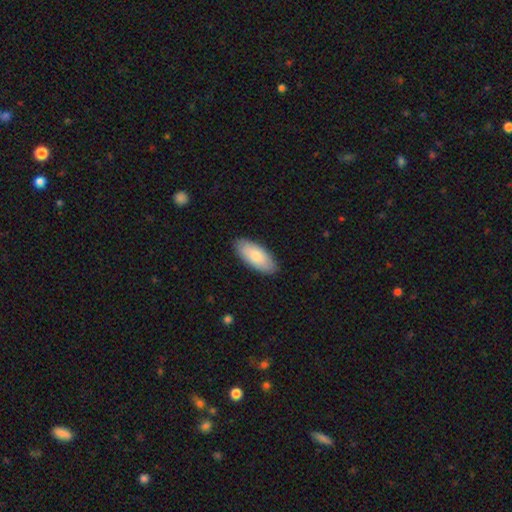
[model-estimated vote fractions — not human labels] Smooth or featured?
  - smooth: 82% *
  - featured or disk: 13%
  - star or artifact: 5%
How rounded?
  - in between: 89% *
  - cigar-shaped: 9%
  - round: 2%
Merging?
  - none: 88% *
  - minor disturbance: 9%
  - major disturbance: 2%
  - merger: 1%